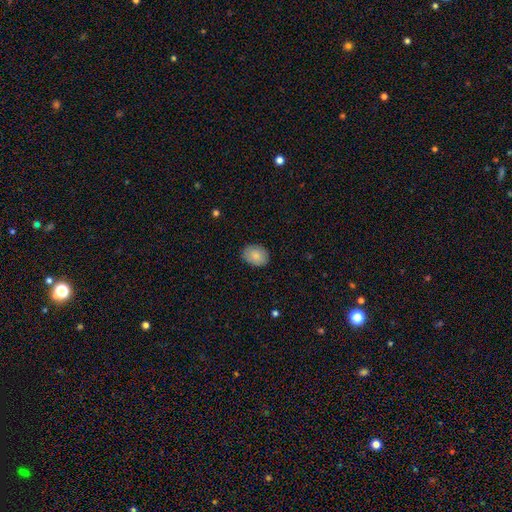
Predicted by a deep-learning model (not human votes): Q: Smooth or featured?
A: smooth (85%); runner-up: featured or disk (8%)
Q: How rounded?
A: in between (62%); runner-up: round (37%)
Q: Merging?
A: none (86%); runner-up: minor disturbance (11%)